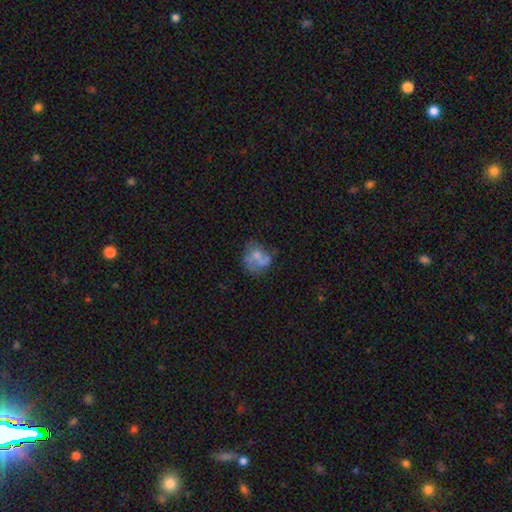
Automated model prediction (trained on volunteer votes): The model was most divided on "smooth or featured": featured or disk: 48%, smooth: 37%, star or artifact: 15%. Remaining: merging — none (37%).